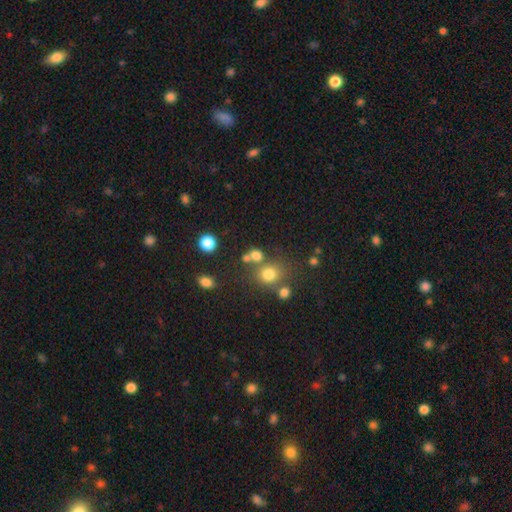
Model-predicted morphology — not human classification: smooth_or_featured: smooth (p=0.73) [alt: star or artifact p=0.17]
how_rounded: round (p=0.76) [alt: in between p=0.23]
merging: none (p=0.59) [alt: merger p=0.25]